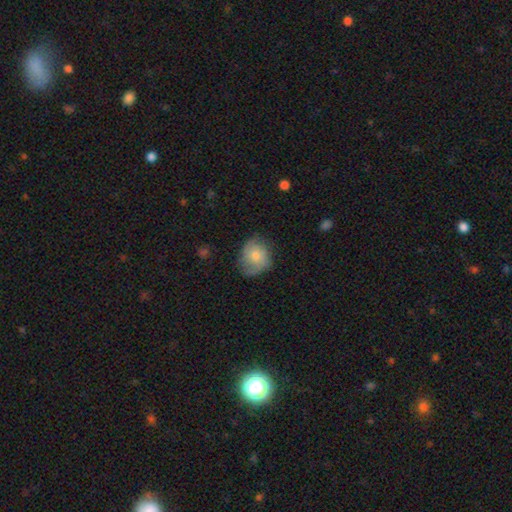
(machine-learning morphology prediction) Smooth or featured?
  - smooth: 65% *
  - featured or disk: 28%
  - star or artifact: 7%
How rounded?
  - round: 63% *
  - in between: 36%
  - cigar-shaped: 1%
Merging?
  - none: 59% *
  - minor disturbance: 31%
  - major disturbance: 9%
  - merger: 1%